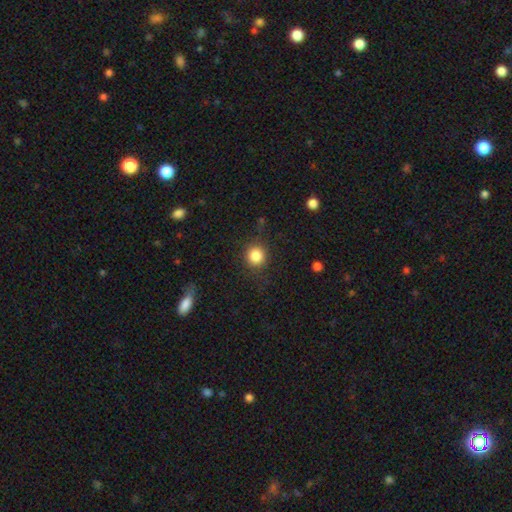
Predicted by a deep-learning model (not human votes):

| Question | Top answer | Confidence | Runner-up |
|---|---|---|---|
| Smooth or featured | smooth | 84% | star or artifact (10%) |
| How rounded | round | 90% | in between (9%) |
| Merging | none | 85% | minor disturbance (9%) |